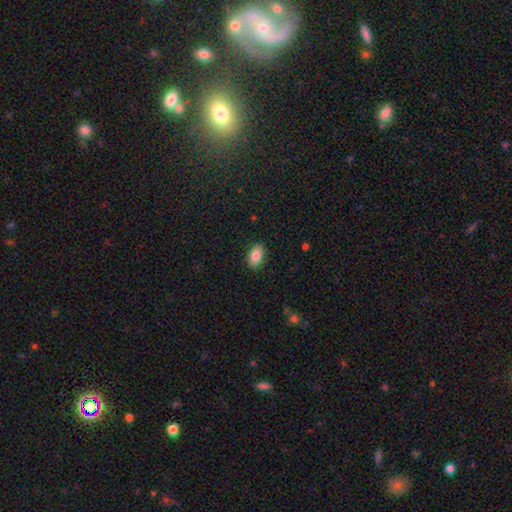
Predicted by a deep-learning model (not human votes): Overall: smooth (85%). How rounded: in between (90%). Merging: none (89%).